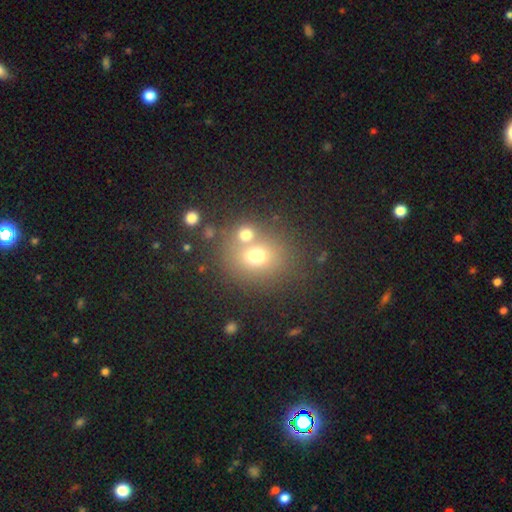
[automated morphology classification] type=smooth (67%); roundness=round (67%); merging=none (50%).